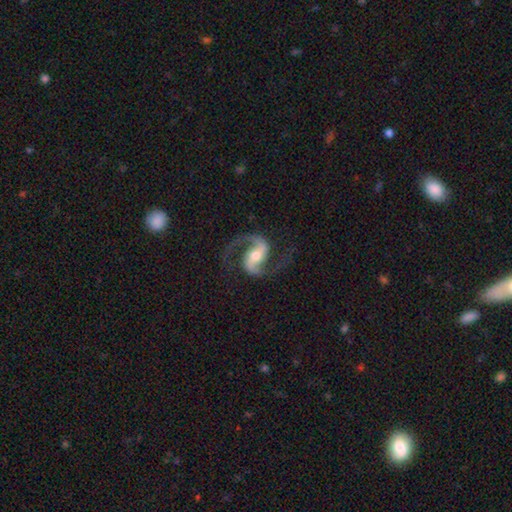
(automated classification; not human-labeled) Smooth or featured: featured or disk — 92% (star or artifact — 4%)
Edge-on disk: no — 98% (yes — 2%)
Bar: strong — 41% (weak — 38%)
Spiral arms: yes — 98% (no — 2%)
Spiral winding: medium — 54% (loose — 37%)
Spiral arm count: 2 — 94% (1 — 1%)
Bulge size: moderate — 62% (small — 23%)
Merging: none — 79% (minor disturbance — 12%)